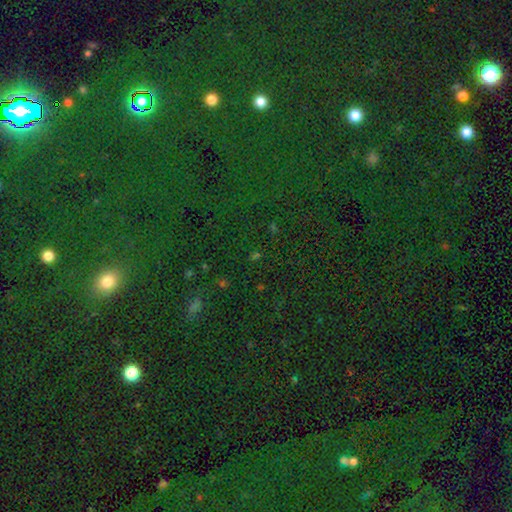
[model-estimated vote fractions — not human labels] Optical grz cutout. It shows a star or artifact, not a galaxy (72%).